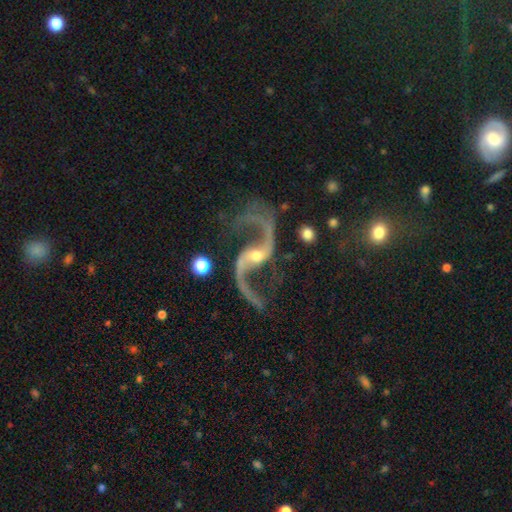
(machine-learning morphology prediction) type=featured or disk (93%); edge-on=no (97%); bar=weak (39%); spiral arms=yes (98%); winding=loose (85%); arm count=2 (95%); bulge=small (47%); merging=none (72%).